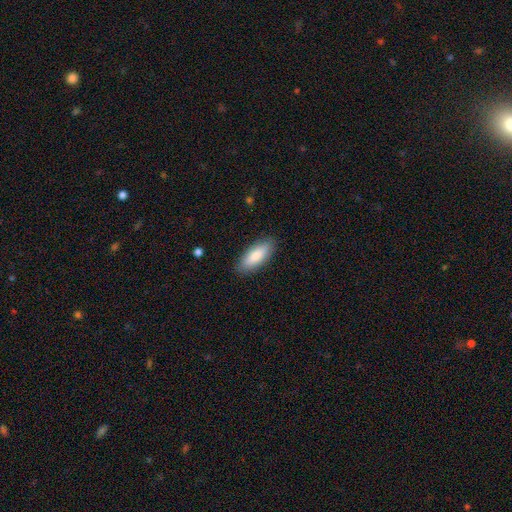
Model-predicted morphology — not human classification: Overall: smooth (84%). How rounded: in between (74%). Merging: none (87%).